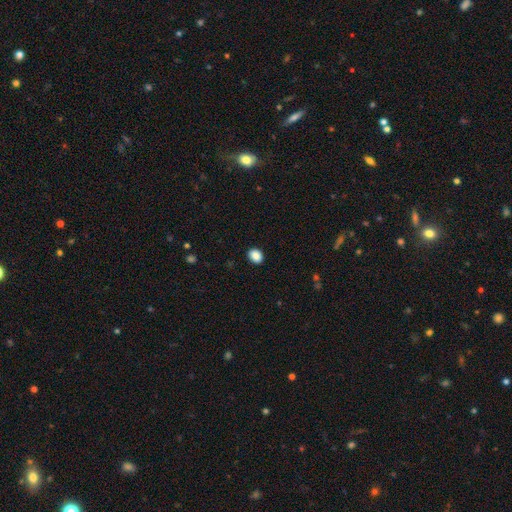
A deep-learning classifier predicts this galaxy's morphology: Overall: smooth (89%). How rounded: in between (60%; round 39%). Merging: none (90%).